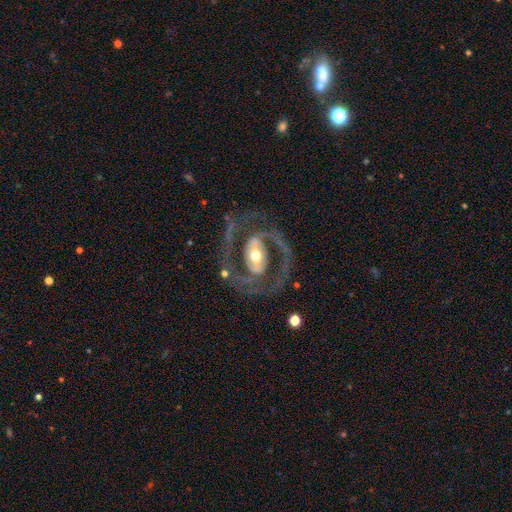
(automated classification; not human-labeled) This is clearly a featured or disk galaxy (90%). It is clearly not viewed edge-on (97%). Bar: marginally strong (42%). Spiral arm pattern: clearly yes (92%). Spiral arm count: clearly 2 (89%). Spiral winding: possibly medium (57%). Central bulge: likely moderate (68%). Merging: likely none (70%).